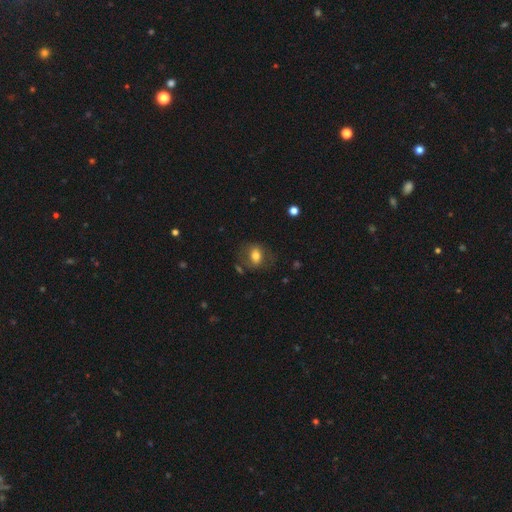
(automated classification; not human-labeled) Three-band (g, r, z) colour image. It shows a smooth galaxy with no disk features (67%) that is in between round and cigar-shaped (65%). Merging: none (66%).